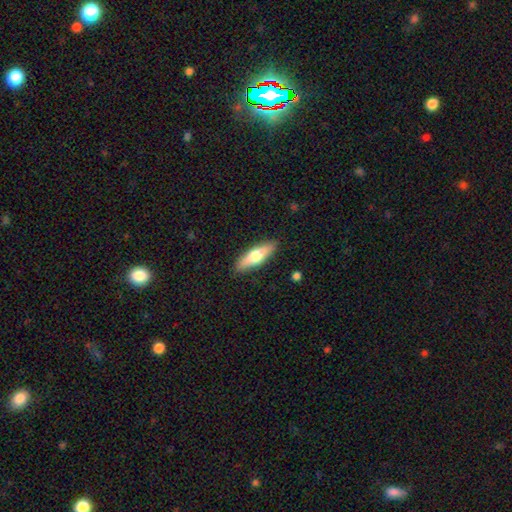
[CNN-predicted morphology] Smooth or featured?
  - smooth: 59% *
  - featured or disk: 36%
  - star or artifact: 5%
How rounded?
  - cigar-shaped: 55% *
  - in between: 42%
  - round: 2%
Merging?
  - none: 89% *
  - minor disturbance: 8%
  - major disturbance: 2%
  - merger: 1%